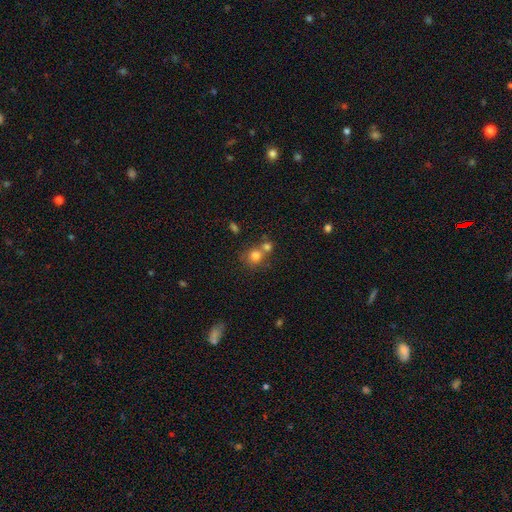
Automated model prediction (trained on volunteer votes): A smooth galaxy with no disk features (77%) that is round (81%).

Vote fractions:
- Smooth or featured? smooth: 77% / star or artifact: 12% / featured or disk: 11%
- How rounded? round: 81% / in between: 19% / cigar-shaped: 1%
- Merging? none: 44% / merger: 43% / minor disturbance: 9% / major disturbance: 4%